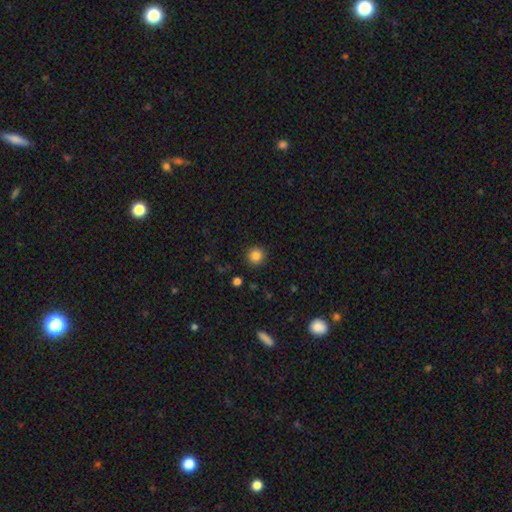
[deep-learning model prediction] smooth_or_featured: smooth (p=0.85) [alt: star or artifact p=0.11]
how_rounded: round (p=0.94) [alt: in between p=0.05]
merging: none (p=0.91) [alt: minor disturbance p=0.05]